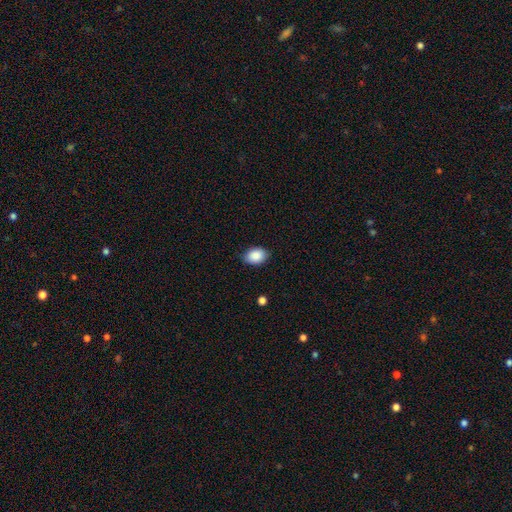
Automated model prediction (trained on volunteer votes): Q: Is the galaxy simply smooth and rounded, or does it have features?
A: smooth — 89%.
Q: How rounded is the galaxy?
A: in between — 83%.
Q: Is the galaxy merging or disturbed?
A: none — 85%.